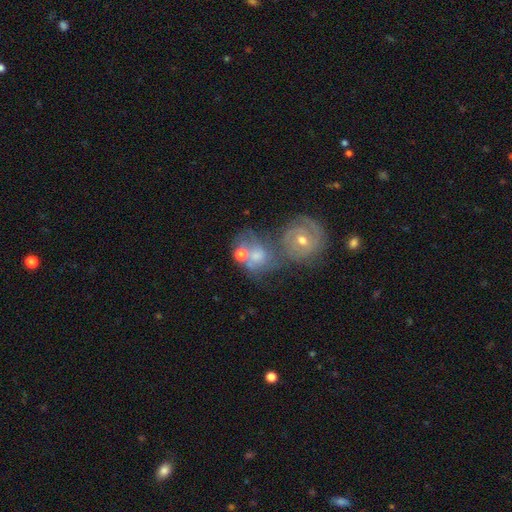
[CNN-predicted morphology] Smooth or featured?
  - featured or disk: 57% *
  - smooth: 34%
  - star or artifact: 9%
Edge-on disk?
  - no: 97% *
  - yes: 3%
Bar?
  - no: 70% *
  - weak: 25%
  - strong: 6%
Spiral arms?
  - yes: 78% *
  - no: 22%
Bulge size?
  - moderate: 60% *
  - small: 26%
  - large: 7%
  - none: 5%
  - dominant: 2%
Merging?
  - merger: 54% *
  - none: 26%
  - minor disturbance: 11%
  - major disturbance: 9%